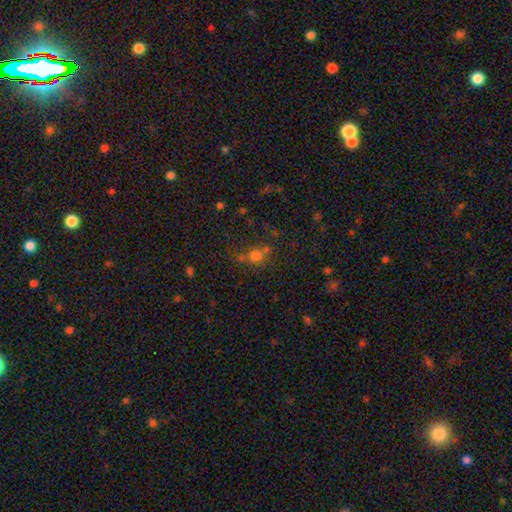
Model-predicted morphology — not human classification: This appears to be a smooth galaxy with no disk features (59%) that is round (71%). Merging: none (53%).